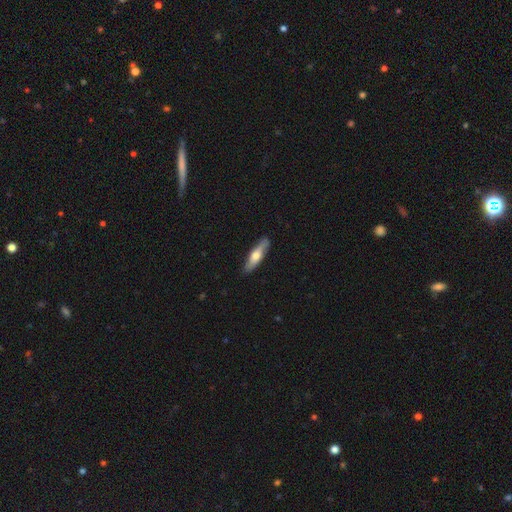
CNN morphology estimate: Smooth or featured?
  - smooth: 54% *
  - featured or disk: 41%
  - star or artifact: 5%
How rounded?
  - cigar-shaped: 73% *
  - in between: 25%
  - round: 2%
Merging?
  - none: 86% *
  - minor disturbance: 11%
  - major disturbance: 2%
  - merger: 1%